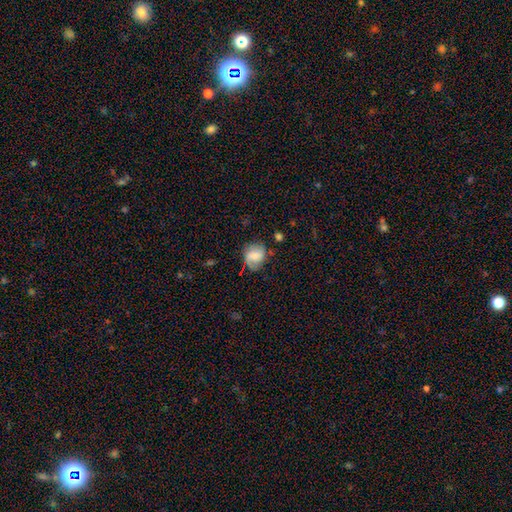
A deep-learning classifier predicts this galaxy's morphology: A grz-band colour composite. It shows a smooth galaxy with no disk features (66%) that is round (65%). Merging: none (61%).